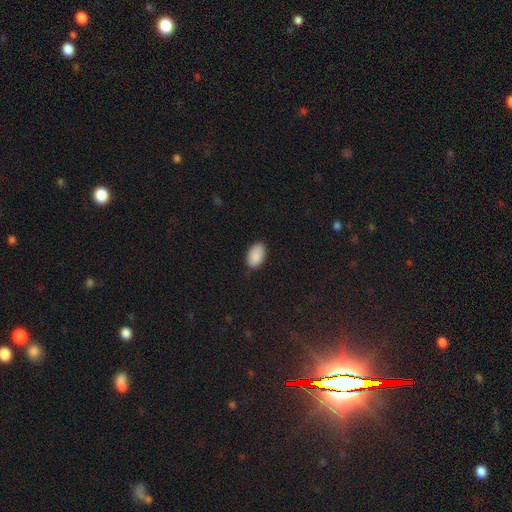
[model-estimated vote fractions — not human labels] Smooth or featured? smooth (90%)
How rounded? in between (94%)
Merging? none (84%)